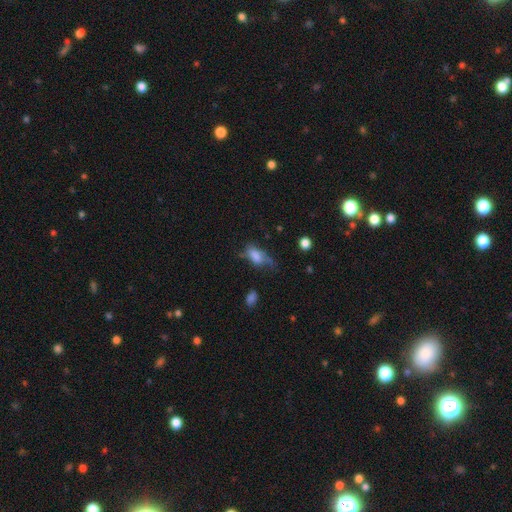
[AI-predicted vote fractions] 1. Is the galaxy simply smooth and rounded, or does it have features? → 68% smooth, 22% featured or disk, 10% star or artifact.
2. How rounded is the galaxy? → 85% in between, 9% cigar-shaped, 6% round.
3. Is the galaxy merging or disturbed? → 34% major disturbance, 31% minor disturbance, 30% none, 5% merger.